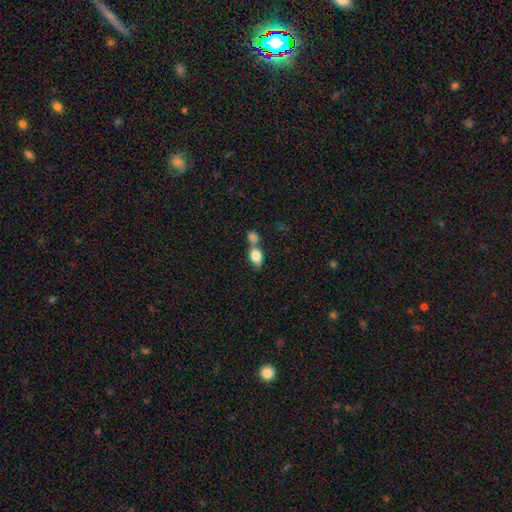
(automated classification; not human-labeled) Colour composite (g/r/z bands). It shows a smooth galaxy with no disk features (82%) that is in between round and cigar-shaped (82%). Merging: merger (55%).